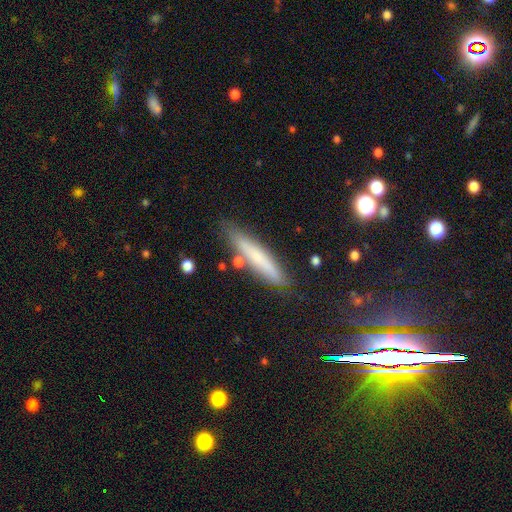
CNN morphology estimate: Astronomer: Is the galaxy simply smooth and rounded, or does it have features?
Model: smooth — 65%.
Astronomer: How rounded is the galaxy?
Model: cigar-shaped — 90%.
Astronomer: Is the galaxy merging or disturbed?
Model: none — 80%.